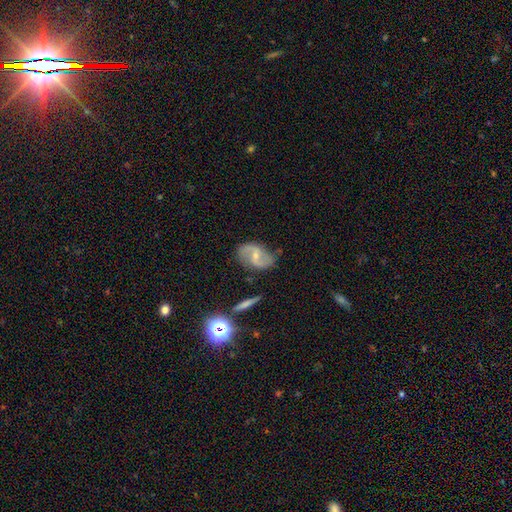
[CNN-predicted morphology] The model was most divided on "spiral winding": loose: 55%, medium: 35%, tight: 10%. Remaining: edge-on disk — no (96%); spiral arms — yes (92%); spiral arm count — 2 (91%); smooth or featured — featured or disk (79%); merging — none (75%); bulge size — small (58%); bar — weak (49%).